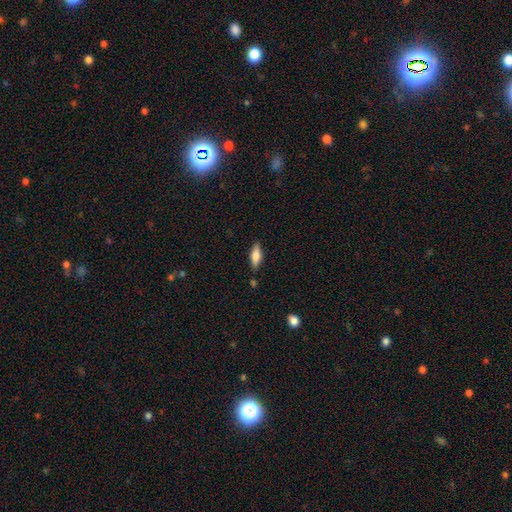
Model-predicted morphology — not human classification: Smooth or featured?
  - smooth: 74% *
  - featured or disk: 19%
  - star or artifact: 7%
How rounded?
  - in between: 59% *
  - cigar-shaped: 39%
  - round: 2%
Merging?
  - none: 83% *
  - minor disturbance: 12%
  - merger: 3%
  - major disturbance: 3%